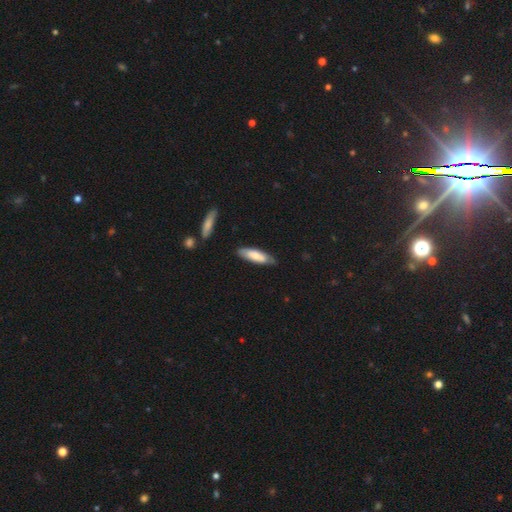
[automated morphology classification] This is likely a smooth galaxy (65%). How rounded: possibly cigar-shaped (53%). Merging: likely none (76%).